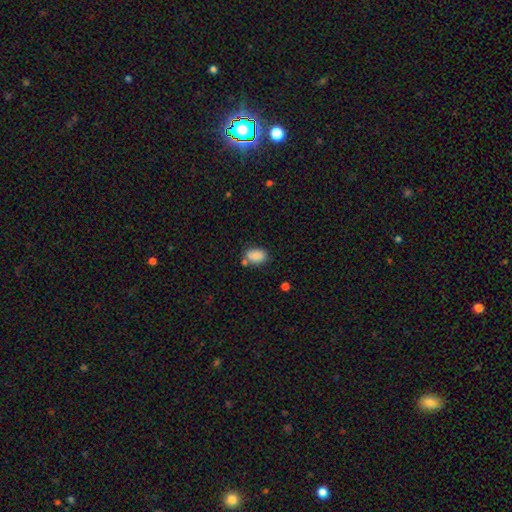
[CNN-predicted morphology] Smooth or featured?
  - smooth: 86% *
  - star or artifact: 8%
  - featured or disk: 6%
How rounded?
  - in between: 83% *
  - round: 15%
  - cigar-shaped: 1%
Merging?
  - none: 63% *
  - minor disturbance: 18%
  - merger: 14%
  - major disturbance: 5%